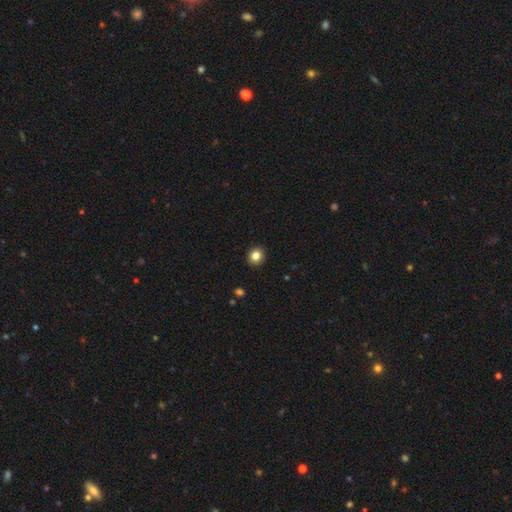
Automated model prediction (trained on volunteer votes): A smooth galaxy with no disk features (83%) that is round (80%).

Vote fractions:
- Smooth or featured? smooth: 83% / star or artifact: 11% / featured or disk: 6%
- How rounded? round: 80% / in between: 19% / cigar-shaped: 1%
- Merging? none: 92% / minor disturbance: 5% / major disturbance: 1% / merger: 1%